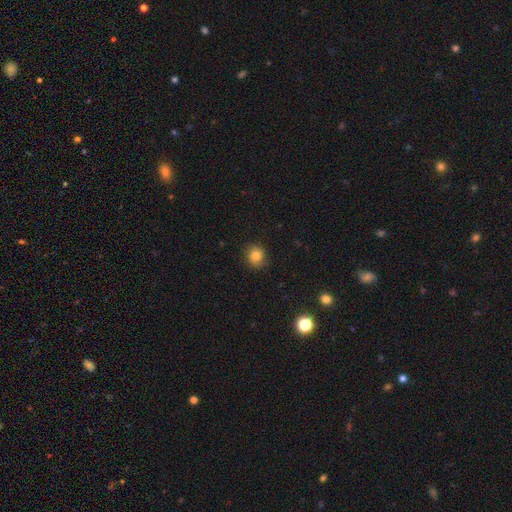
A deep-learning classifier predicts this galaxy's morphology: Smooth or featured: smooth — 82% (star or artifact — 12%)
How rounded: round — 83% (in between — 16%)
Merging: none — 87% (minor disturbance — 10%)